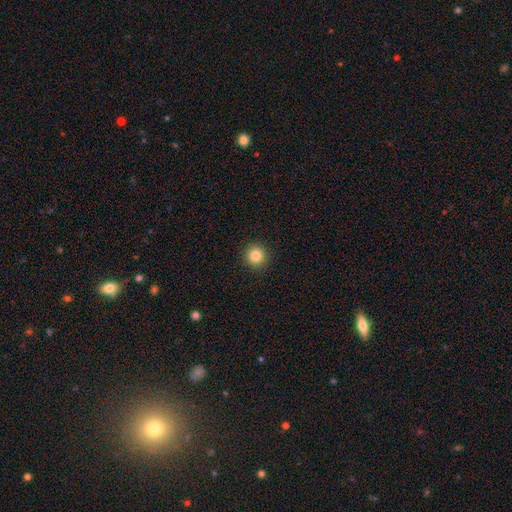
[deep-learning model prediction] smooth-or-featured: smooth: 83% | star or artifact: 12% | featured or disk: 5%
  how-rounded: round: 94% | in between: 5% | cigar-shaped: 1%
  merging: none: 93% | minor disturbance: 5% | major disturbance: 2% | merger: 1%